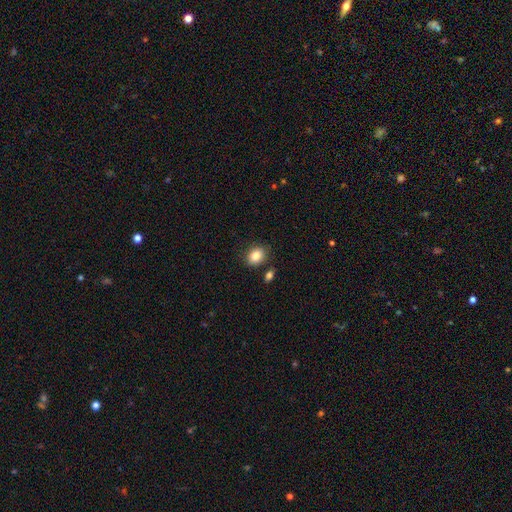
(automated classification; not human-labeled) Smooth or featured?
  - smooth: 85% *
  - star or artifact: 9%
  - featured or disk: 6%
How rounded?
  - in between: 62% *
  - round: 37%
  - cigar-shaped: 1%
Merging?
  - none: 81% *
  - minor disturbance: 11%
  - merger: 5%
  - major disturbance: 3%